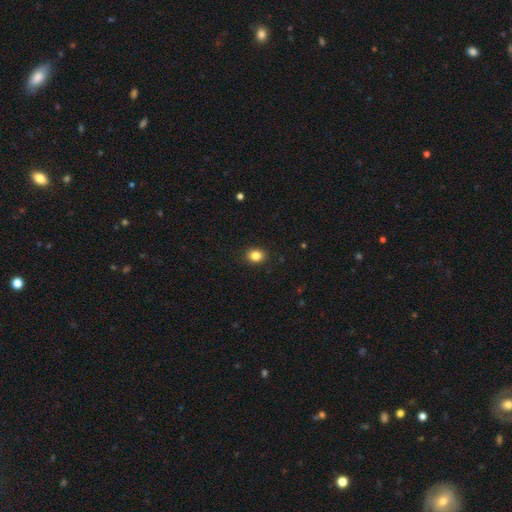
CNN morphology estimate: type=smooth (84%); roundness=round (56%); merging=none (91%).